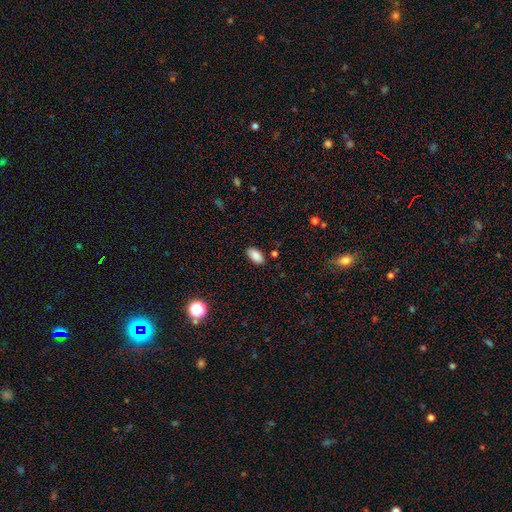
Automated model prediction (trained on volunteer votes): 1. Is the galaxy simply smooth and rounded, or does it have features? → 88% smooth, 8% star or artifact, 4% featured or disk.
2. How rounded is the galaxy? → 93% in between, 4% cigar-shaped, 3% round.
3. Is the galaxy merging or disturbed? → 85% none, 11% minor disturbance, 2% major disturbance, 2% merger.